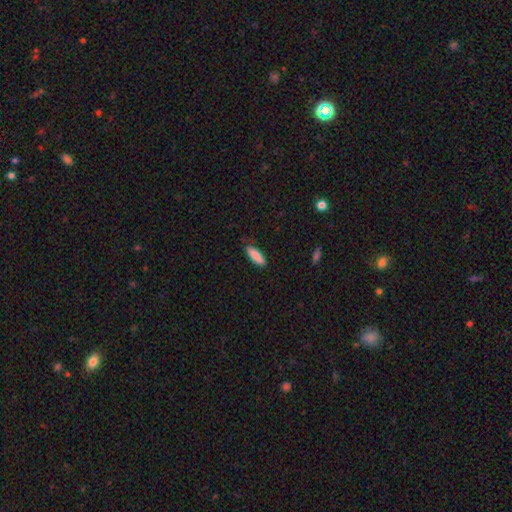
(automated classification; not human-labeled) Overall: smooth (88%). How rounded: in between (57%; cigar-shaped 42%). Merging: none (80%).